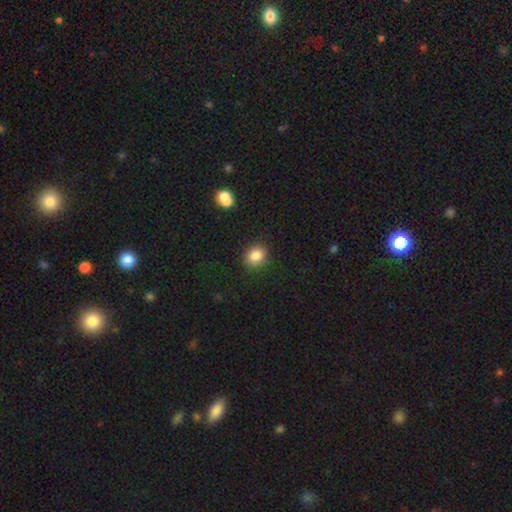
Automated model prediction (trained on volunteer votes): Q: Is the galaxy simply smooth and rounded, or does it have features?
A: smooth — 85%.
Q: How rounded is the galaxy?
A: round — 69%.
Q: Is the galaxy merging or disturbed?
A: none — 88%.